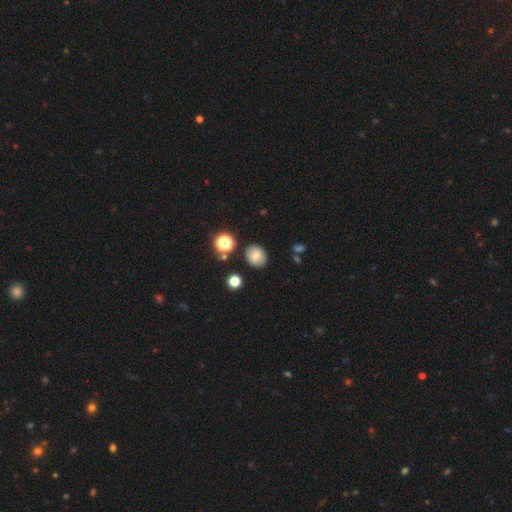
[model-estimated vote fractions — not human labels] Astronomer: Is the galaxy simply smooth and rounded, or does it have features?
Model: smooth — 73%.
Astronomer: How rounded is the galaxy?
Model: round — 61% (runner-up: in between, 38%).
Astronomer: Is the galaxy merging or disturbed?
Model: none — 84%.